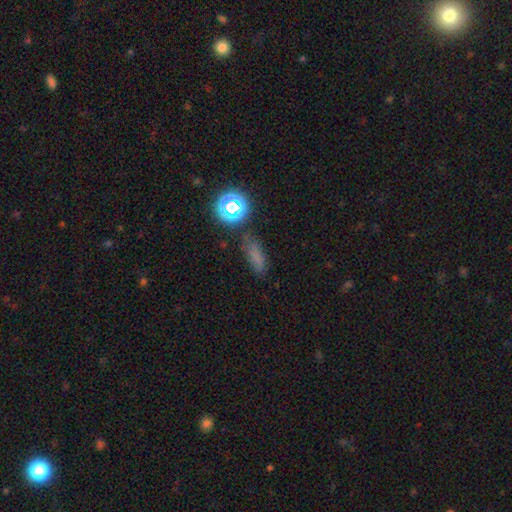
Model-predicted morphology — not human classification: Overall: smooth (66%). How rounded: in between (61%; cigar-shaped 28%). Merging: none (71%).